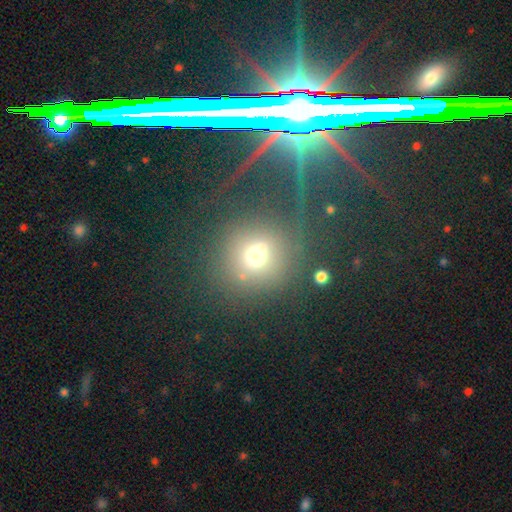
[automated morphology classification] Smooth or featured?
  - smooth: 58% *
  - star or artifact: 29%
  - featured or disk: 13%
How rounded?
  - round: 86% *
  - in between: 13%
  - cigar-shaped: 2%
Merging?
  - none: 75% *
  - minor disturbance: 11%
  - merger: 9%
  - major disturbance: 6%